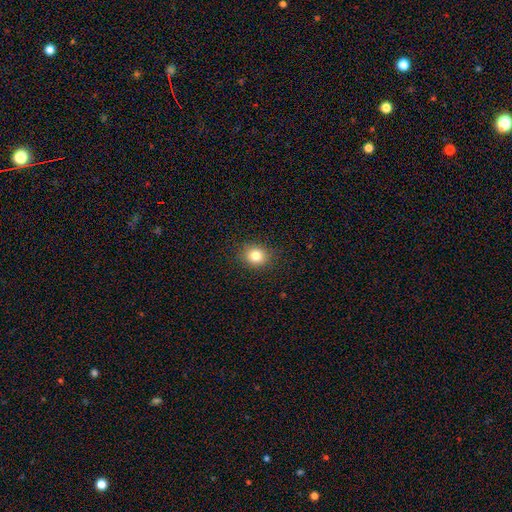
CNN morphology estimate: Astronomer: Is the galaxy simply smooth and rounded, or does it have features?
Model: smooth — 81%.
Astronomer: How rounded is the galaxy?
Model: round — 70%.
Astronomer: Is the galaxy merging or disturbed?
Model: none — 89%.